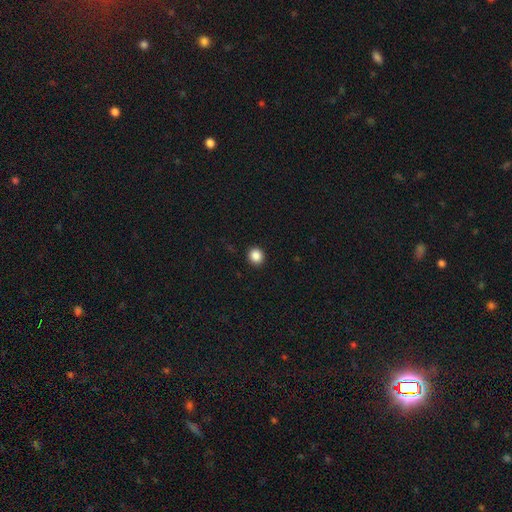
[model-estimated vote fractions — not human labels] smooth_or_featured: smooth (p=0.87) [alt: star or artifact p=0.10]
how_rounded: round (p=0.87) [alt: in between p=0.12]
merging: none (p=0.93) [alt: minor disturbance p=0.05]